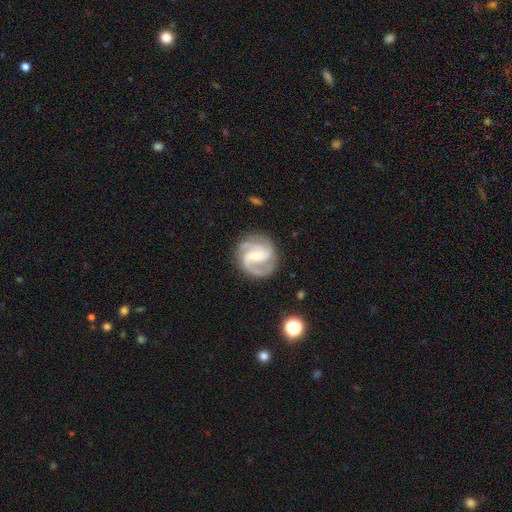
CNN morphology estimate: type=featured or disk (90%); edge-on=no (98%); bar=no (46%); spiral arms=yes (98%); winding=medium (49%); arm count=3 (53%); bulge=small (55%); merging=none (81%).